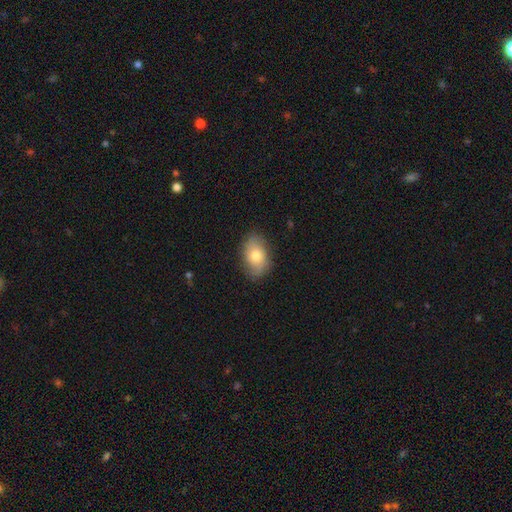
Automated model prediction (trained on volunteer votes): smooth-or-featured: smooth: 66% | featured or disk: 26% | star or artifact: 7%
  how-rounded: in between: 86% | round: 12% | cigar-shaped: 2%
  merging: none: 80% | minor disturbance: 16% | major disturbance: 4% | merger: 1%